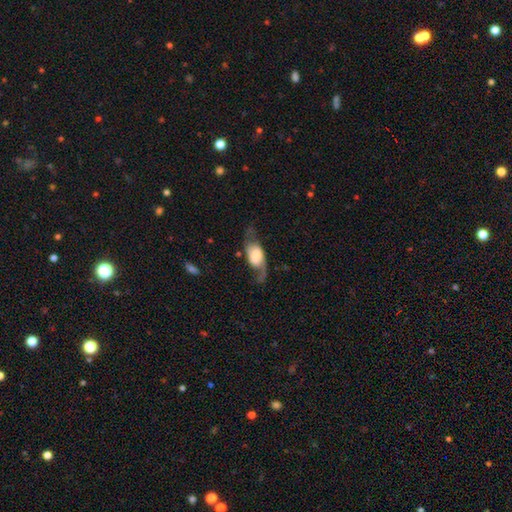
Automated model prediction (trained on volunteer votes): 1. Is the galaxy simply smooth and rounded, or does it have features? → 70% featured or disk, 23% smooth, 6% star or artifact.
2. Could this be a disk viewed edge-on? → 89% no, 11% yes.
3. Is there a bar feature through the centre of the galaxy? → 47% no, 37% weak, 17% strong.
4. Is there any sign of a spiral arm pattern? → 90% yes, 10% no.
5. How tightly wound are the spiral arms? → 64% loose, 28% medium, 8% tight.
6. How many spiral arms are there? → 86% 2, 8% 1, 4% can't tell, 1% 3, 1% 4, 1% more than 4.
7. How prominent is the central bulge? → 43% large, 23% moderate, 13% small, 13% dominant, 9% none.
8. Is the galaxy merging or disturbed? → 59% none, 21% minor disturbance, 18% major disturbance, 2% merger.